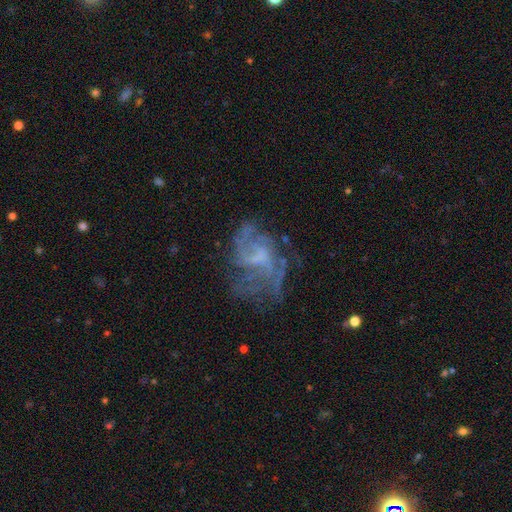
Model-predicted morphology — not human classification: Smooth or featured?
  - featured or disk: 71% *
  - star or artifact: 16%
  - smooth: 13%
Edge-on disk?
  - no: 97% *
  - yes: 3%
Bar?
  - no: 52% *
  - weak: 40%
  - strong: 8%
Spiral arms?
  - yes: 78% *
  - no: 22%
Spiral winding?
  - medium: 41% *
  - loose: 38%
  - tight: 20%
Spiral arm count?
  - can't tell: 37% *
  - 2: 25%
  - 3: 18%
  - 4: 8%
  - 1: 6%
  - more than 4: 5%
Bulge size?
  - none: 37% *
  - small: 34%
  - moderate: 24%
  - large: 4%
  - dominant: 1%
Merging?
  - none: 54% *
  - major disturbance: 24%
  - minor disturbance: 18%
  - merger: 3%